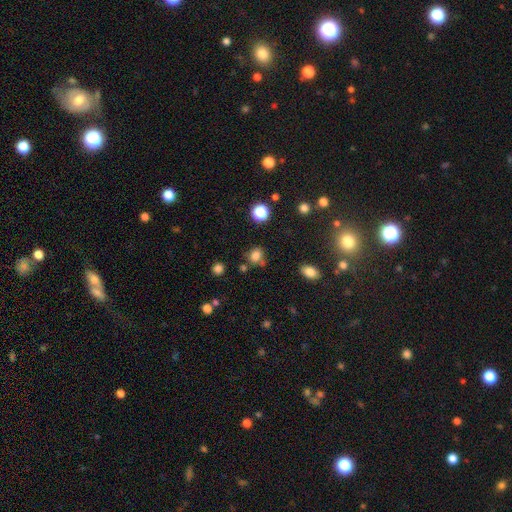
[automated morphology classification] Smooth or featured: smooth — 79% (star or artifact — 15%)
How rounded: round — 58% (in between — 41%)
Merging: none — 67% (minor disturbance — 17%)